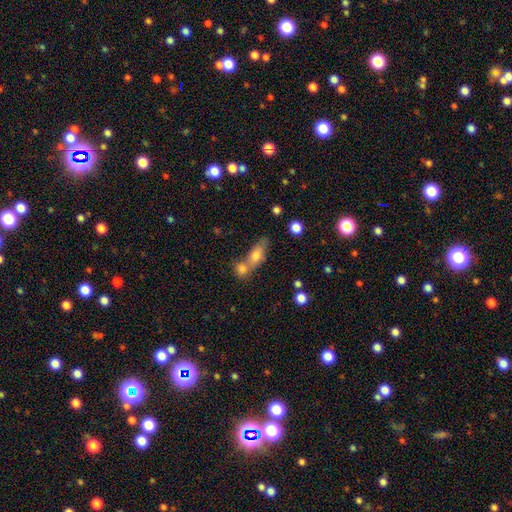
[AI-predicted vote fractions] The model was most divided on "merging": merger: 50%, none: 36%, minor disturbance: 10%, major disturbance: 5%. More confident: smooth or featured — smooth (68%); how rounded — in between (62%).